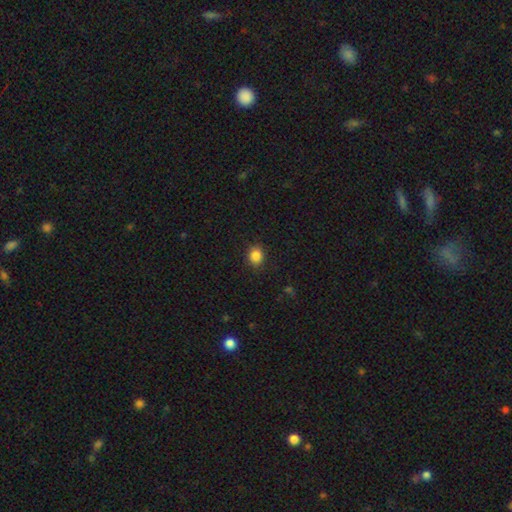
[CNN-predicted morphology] The model was most divided on "how rounded": round: 66%, in between: 33%, cigar-shaped: 1%. More confident: merging — none (87%); smooth or featured — smooth (86%).